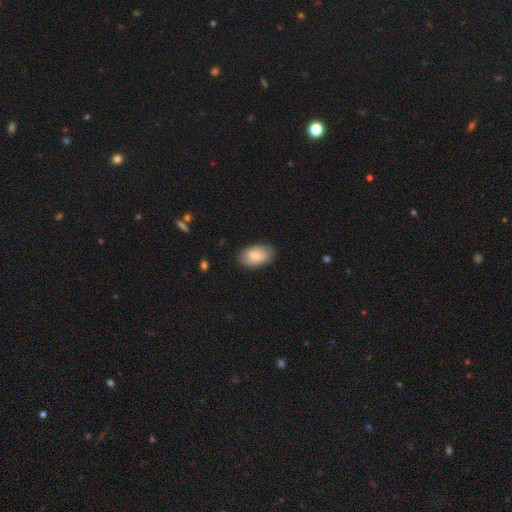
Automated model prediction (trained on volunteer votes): Smooth or featured? Predicted: smooth (p=0.78). How rounded? Predicted: in between (p=0.91). Merging? Predicted: none (p=0.83).